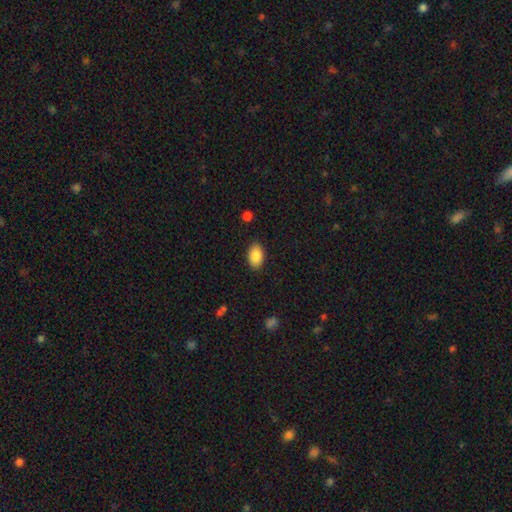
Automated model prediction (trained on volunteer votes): A smooth galaxy with no disk features (88%) that is in between round and cigar-shaped (92%). Merging: none (87%).